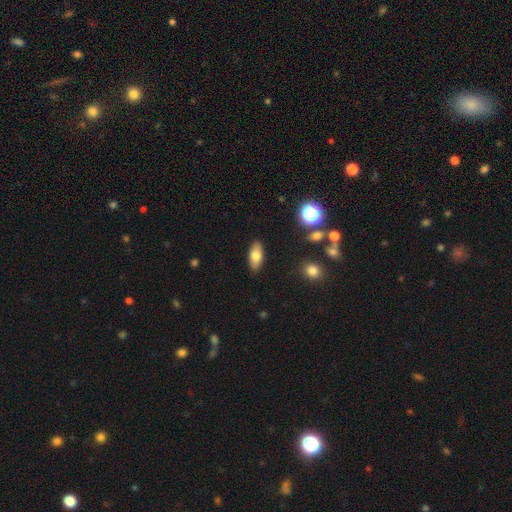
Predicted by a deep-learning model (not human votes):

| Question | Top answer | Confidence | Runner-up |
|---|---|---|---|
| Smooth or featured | smooth | 77% | featured or disk (15%) |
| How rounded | in between | 85% | cigar-shaped (12%) |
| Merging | none | 88% | minor disturbance (8%) |